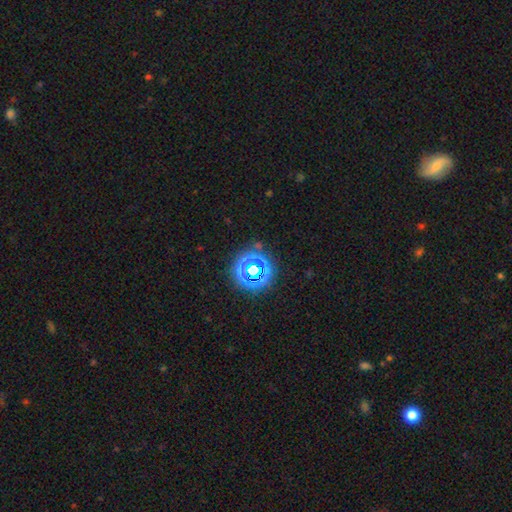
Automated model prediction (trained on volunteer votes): A star or artifact, not a galaxy (55%).

Vote fractions:
- Smooth or featured? star or artifact: 55% / smooth: 34% / featured or disk: 11%